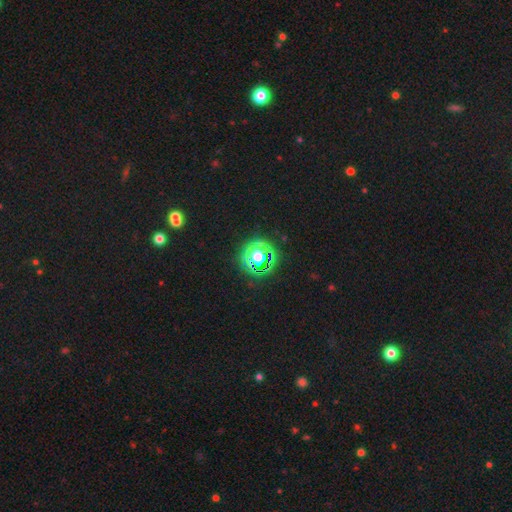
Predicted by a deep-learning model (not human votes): This is likely a star or artifact rather than a galaxy (62%).